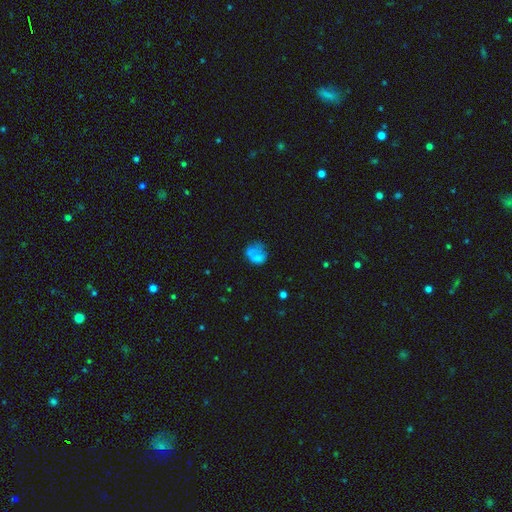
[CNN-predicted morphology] Q: Smooth or featured?
A: smooth (62%); runner-up: featured or disk (26%)
Q: How rounded?
A: round (66%); runner-up: in between (32%)
Q: Merging?
A: none (42%); runner-up: minor disturbance (25%)